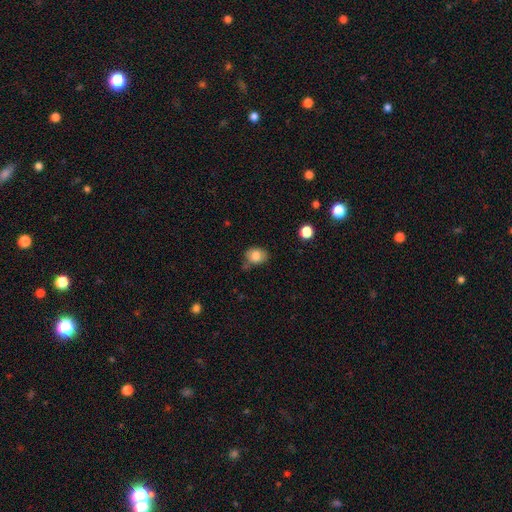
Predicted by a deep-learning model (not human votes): smooth_or_featured: smooth (p=0.80) [alt: featured or disk p=0.11]
how_rounded: round (p=0.50) [alt: in between p=0.49]
merging: none (p=0.58) [alt: minor disturbance p=0.28]